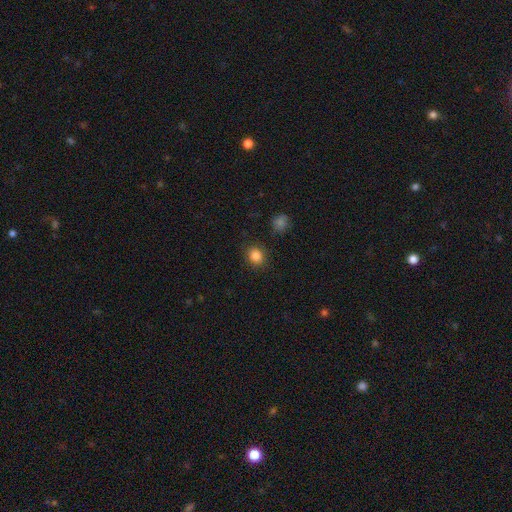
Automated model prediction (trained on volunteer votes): This appears to be a smooth galaxy with no disk features (85%) that is round (75%). Merging: none (88%).